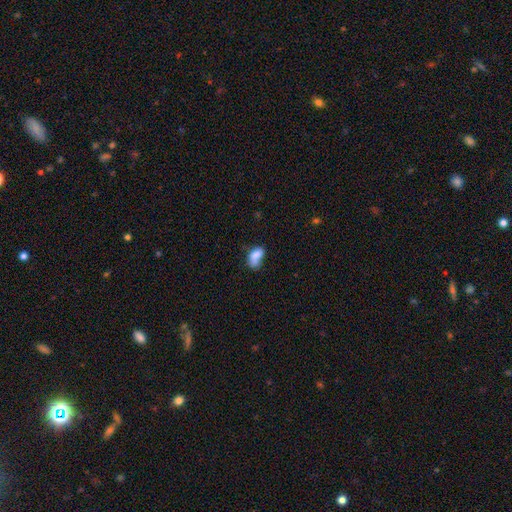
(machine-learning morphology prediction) This is likely a smooth galaxy (76%). How rounded: clearly in between (88%). Merging: marginally none (31%).